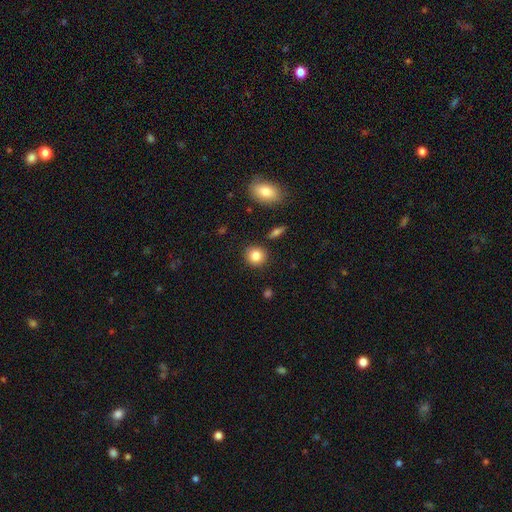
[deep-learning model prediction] This appears to be a smooth galaxy with no disk features (85%) that is round (85%). Merging: none (88%).